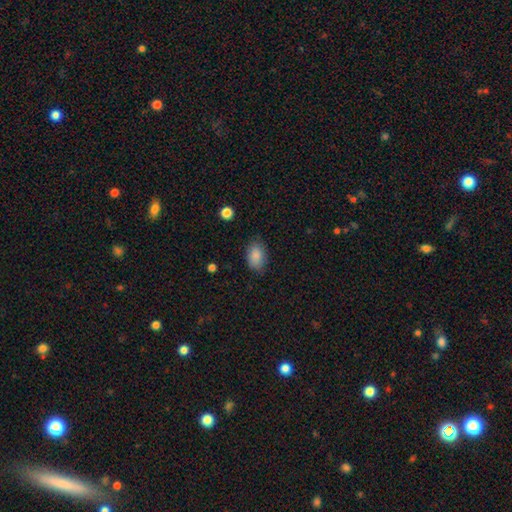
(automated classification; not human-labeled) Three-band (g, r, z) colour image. It shows a smooth galaxy with no disk features (87%) that is in between round and cigar-shaped (88%). Merging: none (79%).